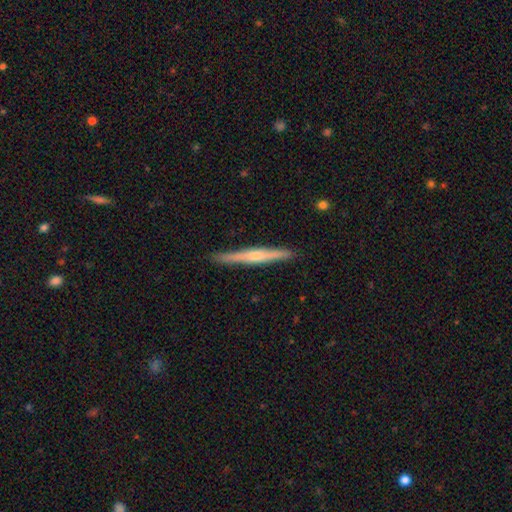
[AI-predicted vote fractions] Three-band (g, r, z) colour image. It shows a featured or disk galaxy (65%) viewed edge-on (98%) with a rounded central bulge (74%). Merging: none (91%).